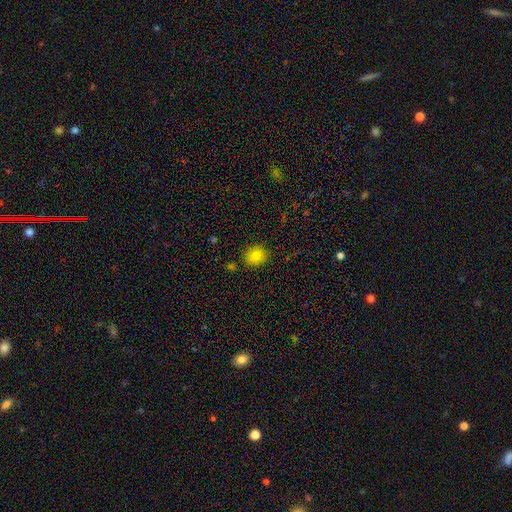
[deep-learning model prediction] Morphology: type=smooth (80%); roundness=round (76%); merging=none (87%).